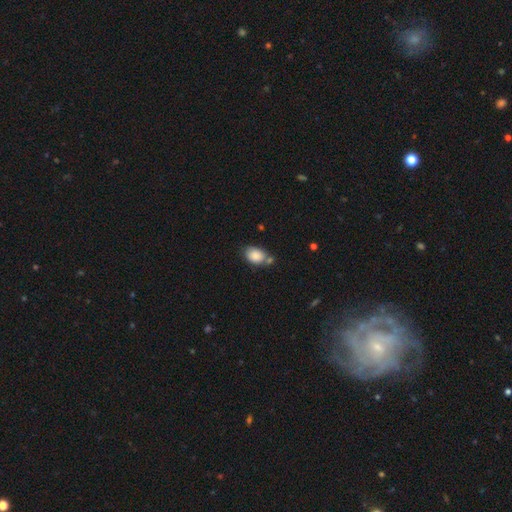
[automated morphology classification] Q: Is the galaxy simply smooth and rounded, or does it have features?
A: smooth — 86%.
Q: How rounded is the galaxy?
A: in between — 81%.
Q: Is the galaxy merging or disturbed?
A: none — 54%.